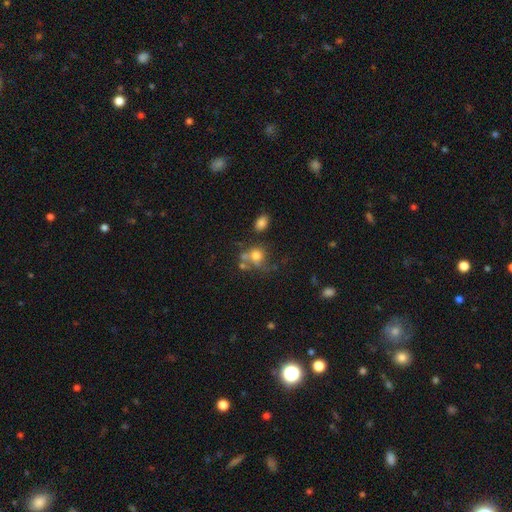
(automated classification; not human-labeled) This appears to be a smooth galaxy with no disk features (70%) that is round (72%). Merging: none (43%).